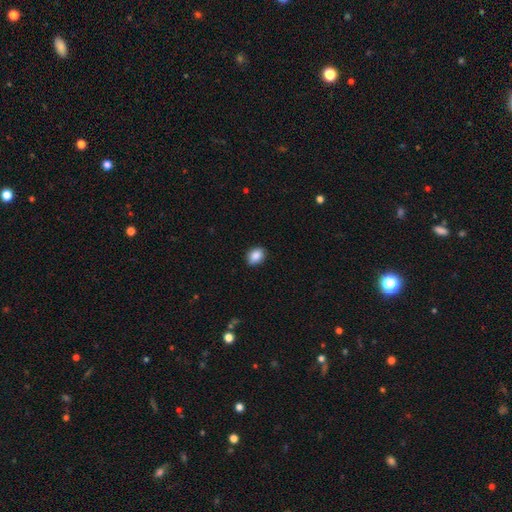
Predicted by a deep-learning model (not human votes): Smooth or featured?
  - smooth: 88% *
  - star or artifact: 8%
  - featured or disk: 4%
How rounded?
  - in between: 69% *
  - round: 30%
  - cigar-shaped: 1%
Merging?
  - none: 87% *
  - minor disturbance: 10%
  - major disturbance: 2%
  - merger: 1%